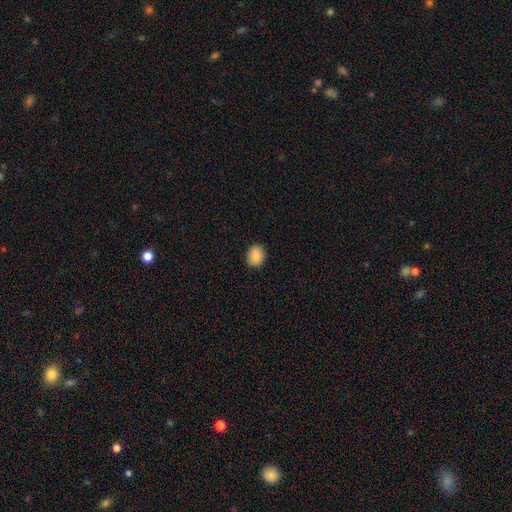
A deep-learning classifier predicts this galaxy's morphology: Overall: smooth (87%). How rounded: round (50%; in between 49%). Merging: none (90%).